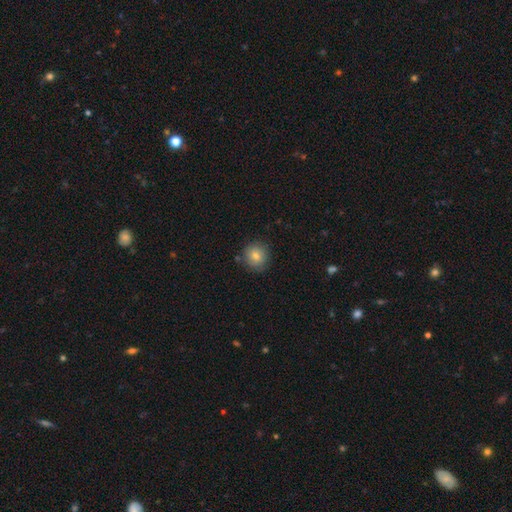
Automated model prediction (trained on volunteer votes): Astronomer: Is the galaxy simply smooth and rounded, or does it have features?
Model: smooth — 81%.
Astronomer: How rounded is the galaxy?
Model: round — 89%.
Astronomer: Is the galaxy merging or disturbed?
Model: none — 84%.